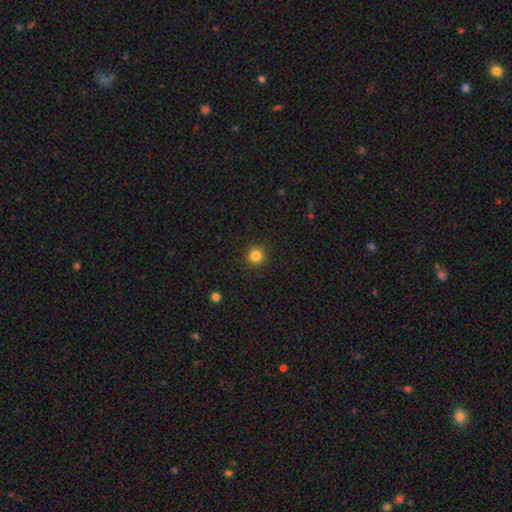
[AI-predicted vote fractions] smooth_or_featured: smooth (p=0.84) [alt: star or artifact p=0.12]
how_rounded: round (p=0.94) [alt: in between p=0.05]
merging: none (p=0.92) [alt: minor disturbance p=0.05]